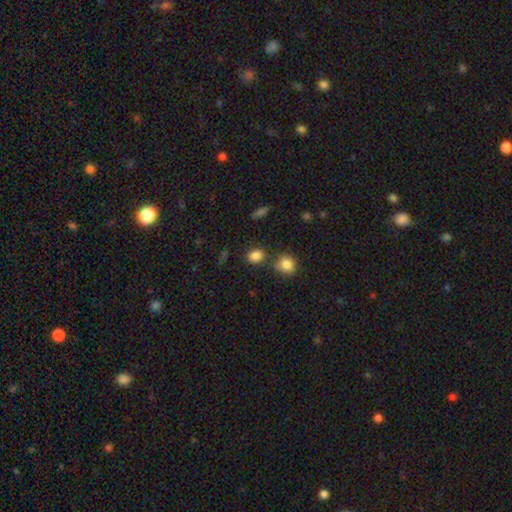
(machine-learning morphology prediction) This is clearly a smooth galaxy (84%). How rounded: possibly in between (50%). Merging: likely none (70%).